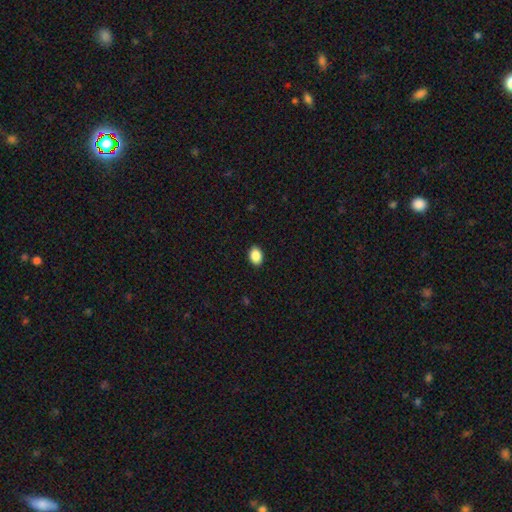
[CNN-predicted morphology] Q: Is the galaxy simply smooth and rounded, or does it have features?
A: smooth — 89%.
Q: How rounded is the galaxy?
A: in between — 79%.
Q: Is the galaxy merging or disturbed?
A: none — 91%.